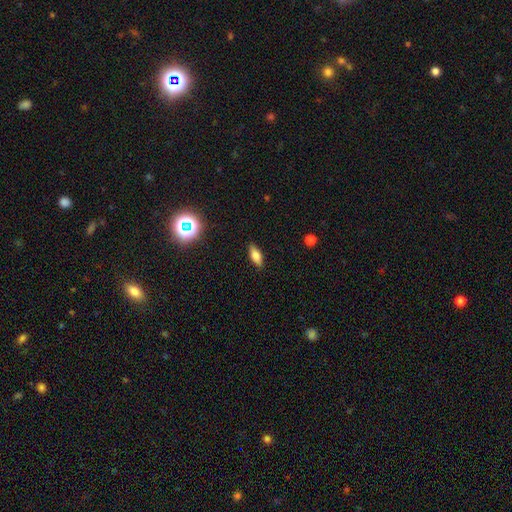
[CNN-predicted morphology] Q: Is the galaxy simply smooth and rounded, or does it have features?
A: smooth — 72%.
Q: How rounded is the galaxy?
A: in between — 75%.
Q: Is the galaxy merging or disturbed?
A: none — 88%.